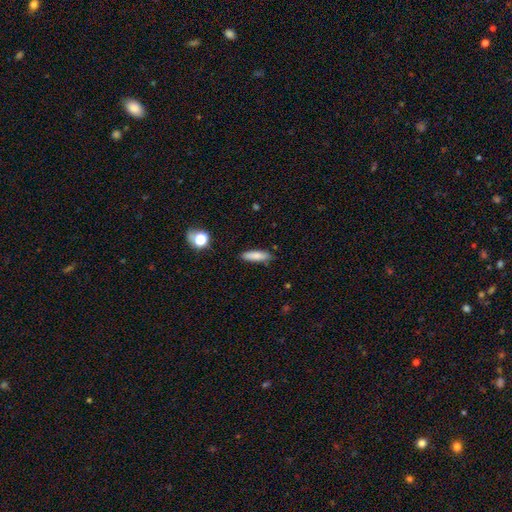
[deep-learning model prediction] Morphology: type=smooth (81%); roundness=cigar-shaped (63%); merging=none (86%).